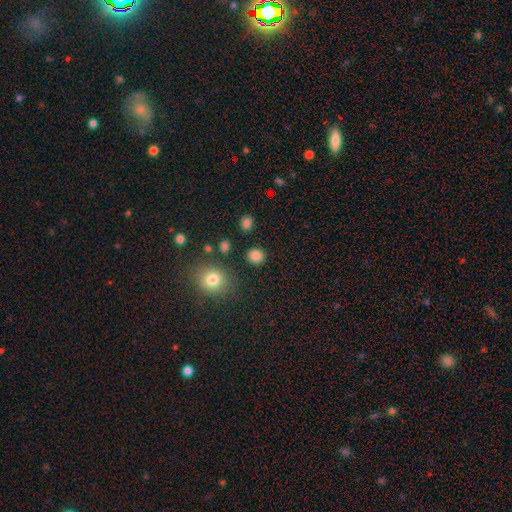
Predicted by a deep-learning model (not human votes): The model was most divided on "smooth or featured": smooth: 84%, star or artifact: 12%, featured or disk: 4%. More confident: merging — none (87%); how rounded — round (86%).